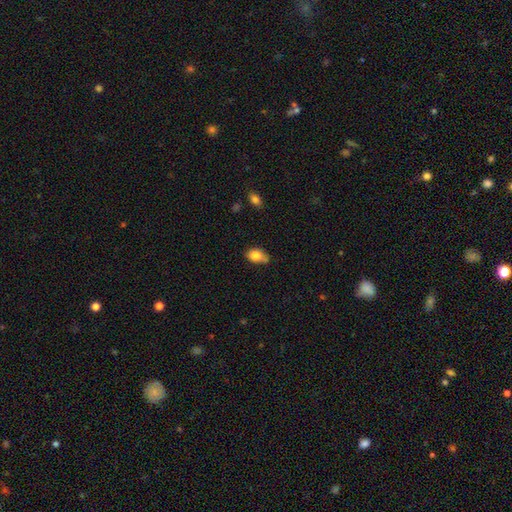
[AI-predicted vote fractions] smooth 84%, star or artifact 9%, featured or disk 8%. Down the decision tree: how rounded — in between (84%); merging — none (50%).